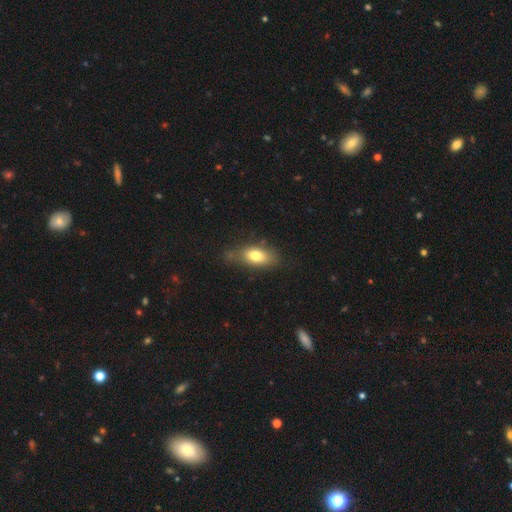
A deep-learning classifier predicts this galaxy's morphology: The model was most divided on "merging": none: 64%, minor disturbance: 25%, major disturbance: 8%, merger: 3%. More confident: how rounded — in between (83%); smooth or featured — smooth (74%).